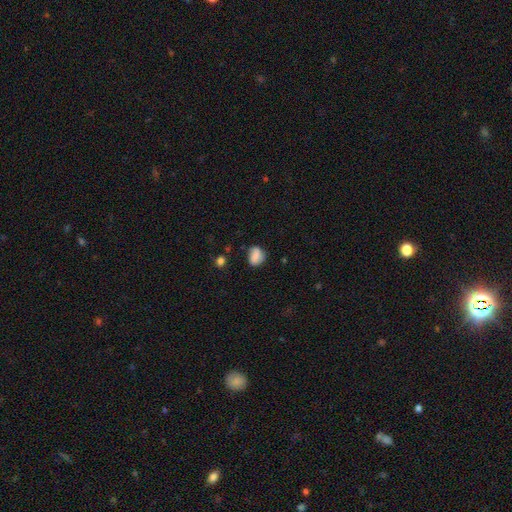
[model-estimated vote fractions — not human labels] A smooth galaxy with no disk features (77%) that is in between round and cigar-shaped (56%). Merging: none (60%).